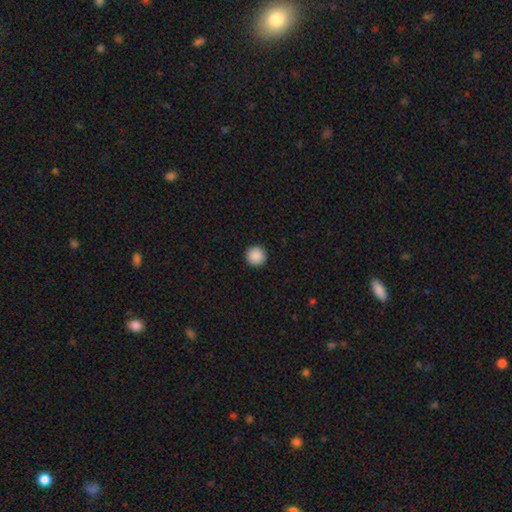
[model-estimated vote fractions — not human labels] Smooth or featured: smooth — 89% (star or artifact — 8%)
How rounded: round — 96% (in between — 3%)
Merging: none — 94% (minor disturbance — 4%)